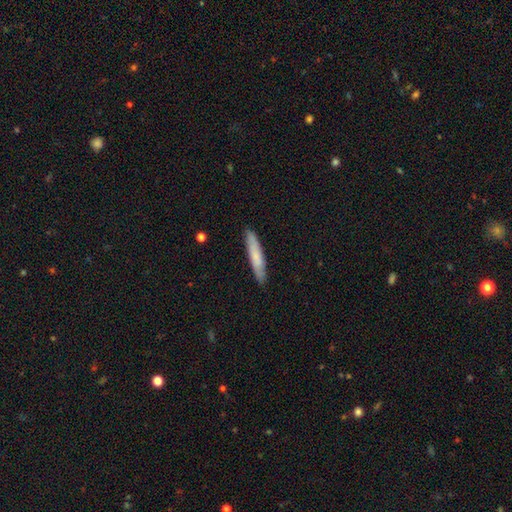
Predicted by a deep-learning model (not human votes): Smooth or featured?
  - smooth: 68% *
  - featured or disk: 26%
  - star or artifact: 6%
How rounded?
  - cigar-shaped: 91% *
  - in between: 8%
  - round: 1%
Merging?
  - none: 88% *
  - minor disturbance: 10%
  - major disturbance: 2%
  - merger: 1%